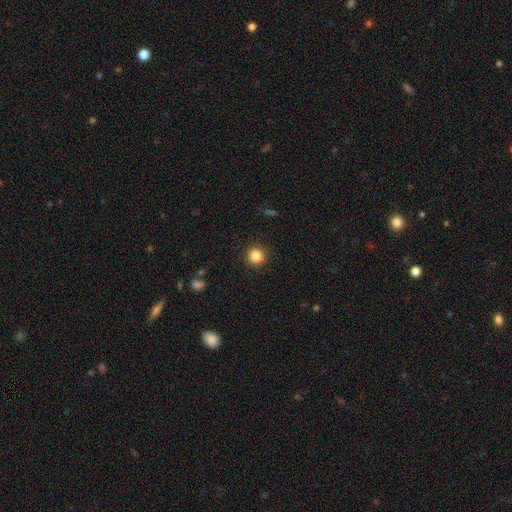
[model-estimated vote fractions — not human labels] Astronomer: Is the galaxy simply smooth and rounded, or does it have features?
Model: smooth — 84%.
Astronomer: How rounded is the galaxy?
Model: round — 93%.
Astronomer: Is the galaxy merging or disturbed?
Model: none — 89%.